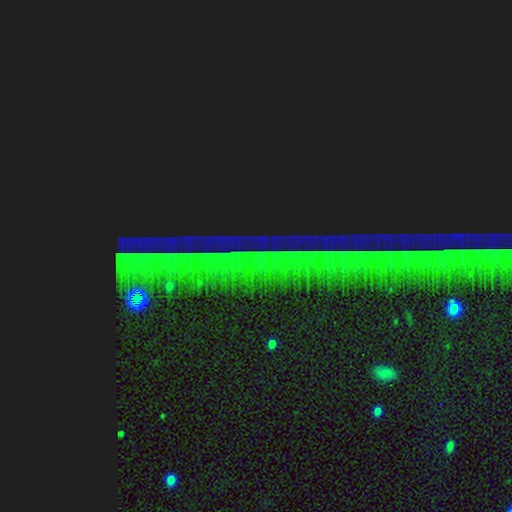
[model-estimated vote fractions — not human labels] Q: Smooth or featured?
A: star or artifact (84%); runner-up: featured or disk (8%)